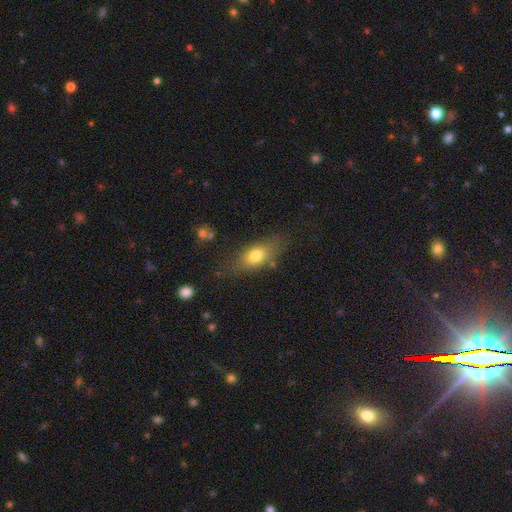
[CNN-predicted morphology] A smooth galaxy with no disk features (73%) that is in between round and cigar-shaped (74%). Merging: none (68%).